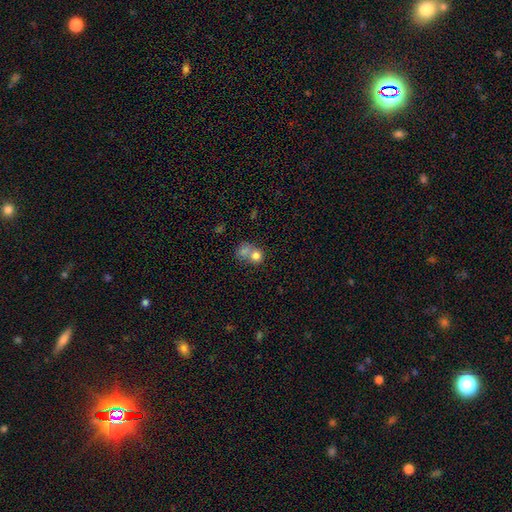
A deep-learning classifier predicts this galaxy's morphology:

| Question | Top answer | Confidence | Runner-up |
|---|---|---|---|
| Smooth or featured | smooth | 75% | featured or disk (13%) |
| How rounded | round | 75% | in between (24%) |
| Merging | merger | 57% | none (31%) |